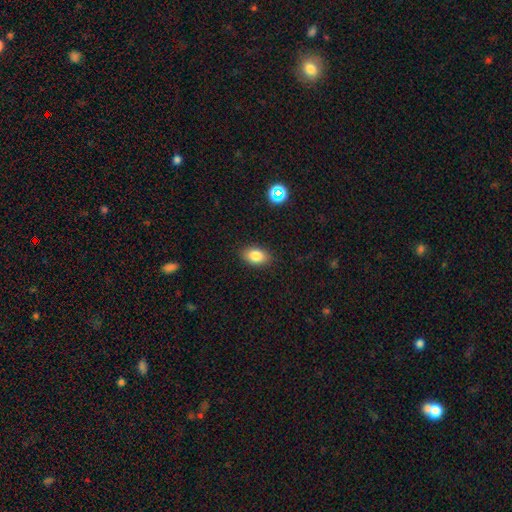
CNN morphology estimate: smooth-or-featured: smooth: 83% | star or artifact: 9% | featured or disk: 8%
  how-rounded: in between: 87% | round: 11% | cigar-shaped: 2%
  merging: none: 87% | minor disturbance: 9% | major disturbance: 2% | merger: 1%